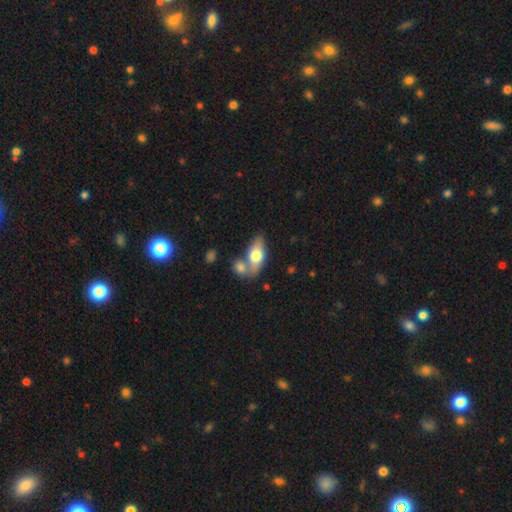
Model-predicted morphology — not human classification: Smooth or featured: smooth — 66% (featured or disk — 28%)
How rounded: in between — 83% (cigar-shaped — 11%)
Merging: none — 46% (merger — 38%)